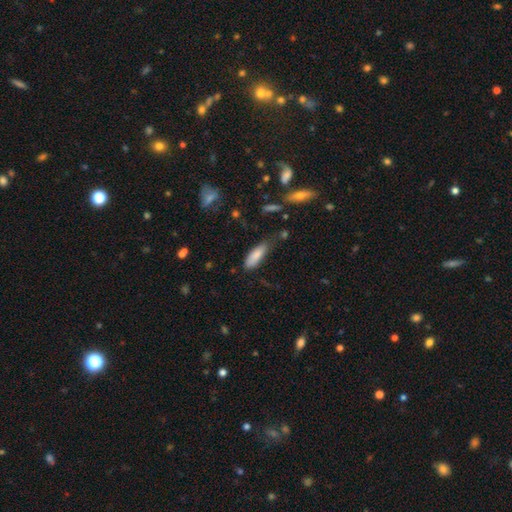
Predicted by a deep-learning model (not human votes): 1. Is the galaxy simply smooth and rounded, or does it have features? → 85% smooth, 9% featured or disk, 7% star or artifact.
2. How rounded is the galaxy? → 61% in between, 37% cigar-shaped, 2% round.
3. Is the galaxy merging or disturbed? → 57% none, 32% minor disturbance, 8% major disturbance, 4% merger.